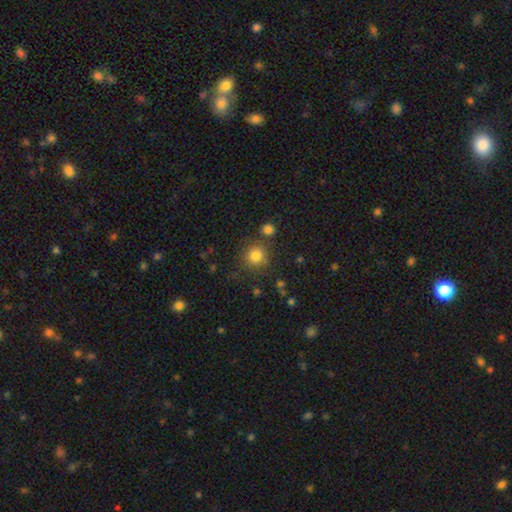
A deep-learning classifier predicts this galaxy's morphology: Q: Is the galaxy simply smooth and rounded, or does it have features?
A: smooth — 82%.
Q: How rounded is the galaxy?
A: round — 92%.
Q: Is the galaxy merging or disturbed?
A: none — 78%.